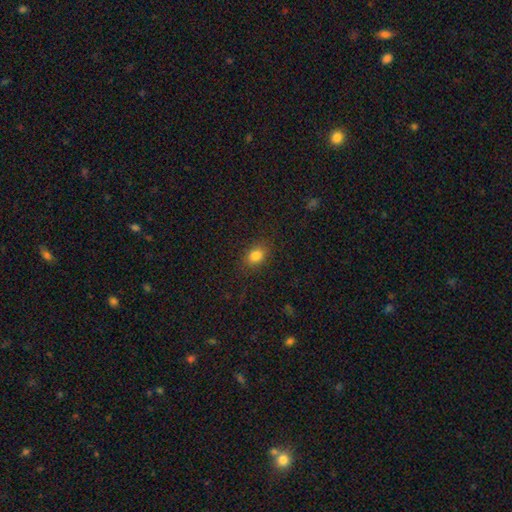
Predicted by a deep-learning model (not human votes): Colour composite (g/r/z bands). It shows a smooth galaxy with no disk features (82%) that is in between round and cigar-shaped (68%). Merging: none (87%).